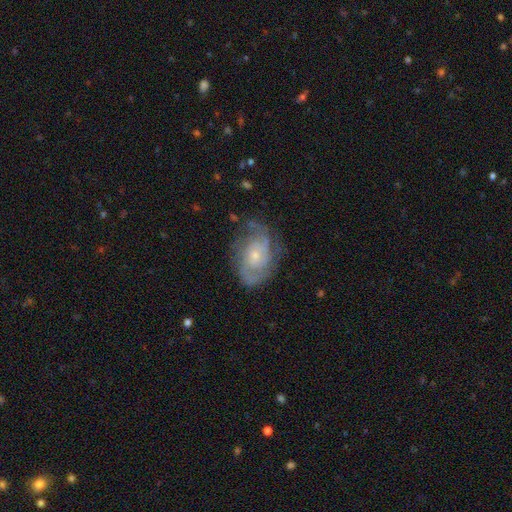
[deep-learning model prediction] smooth-or-featured: featured or disk: 83% | smooth: 11% | star or artifact: 6%
  disk-edge-on: no: 97% | yes: 3%
    bar: no: 73% | weak: 24% | strong: 4%
    has-spiral-arms: yes: 94% | no: 6%
      spiral-winding: tight: 48% | medium: 40% | loose: 12%
      spiral-arm-count: 2: 57% | can't tell: 20% | 3: 12% | 4: 4% | 1: 4% | more than 4: 3%
    bulge-size: small: 65% | moderate: 29% | none: 2% | large: 2% | dominant: 1%
  merging: none: 70% | minor disturbance: 20% | major disturbance: 9% | merger: 1%